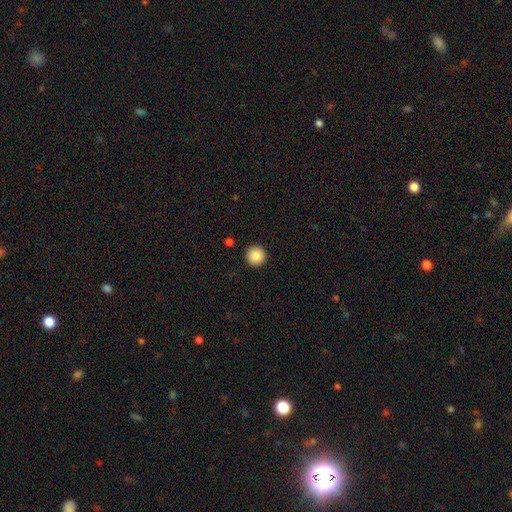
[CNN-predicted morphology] Smooth or featured: smooth — 87% (star or artifact — 8%)
How rounded: round — 96% (in between — 3%)
Merging: none — 93% (minor disturbance — 5%)